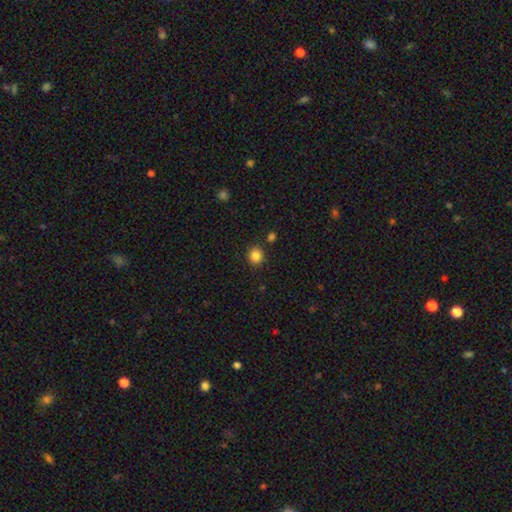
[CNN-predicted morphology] A smooth galaxy with no disk features (85%) that is round (84%).

Vote fractions:
- Smooth or featured? smooth: 85% / star or artifact: 11% / featured or disk: 4%
- How rounded? round: 84% / in between: 15% / cigar-shaped: 1%
- Merging? none: 86% / minor disturbance: 8% / merger: 4% / major disturbance: 2%